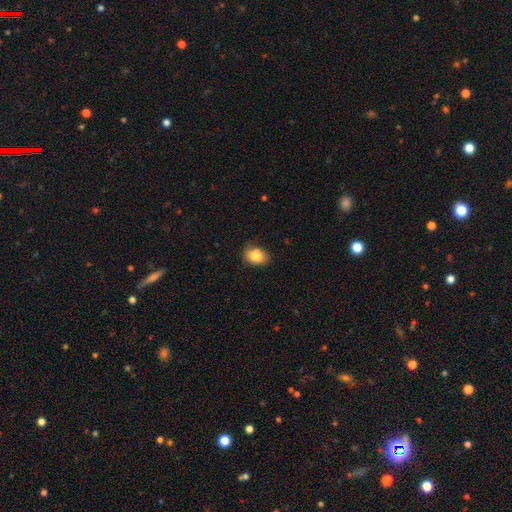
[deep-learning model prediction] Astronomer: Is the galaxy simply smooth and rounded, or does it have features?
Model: smooth — 84%.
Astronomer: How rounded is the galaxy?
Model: in between — 68%.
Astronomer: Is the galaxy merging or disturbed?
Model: none — 76%.